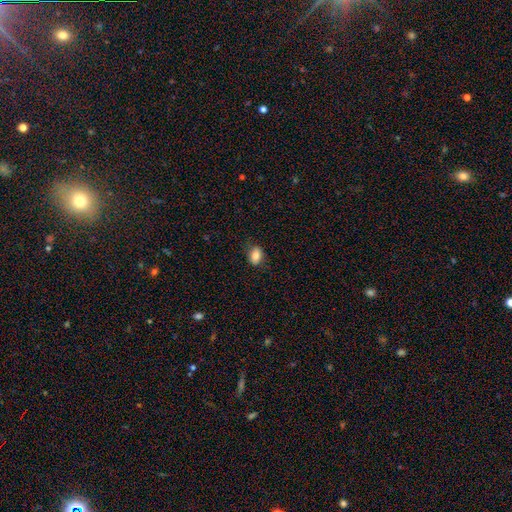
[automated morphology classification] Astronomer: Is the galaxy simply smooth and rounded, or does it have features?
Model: smooth — 82%.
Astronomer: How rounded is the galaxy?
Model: in between — 79%.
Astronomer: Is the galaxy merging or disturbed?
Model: none — 80%.